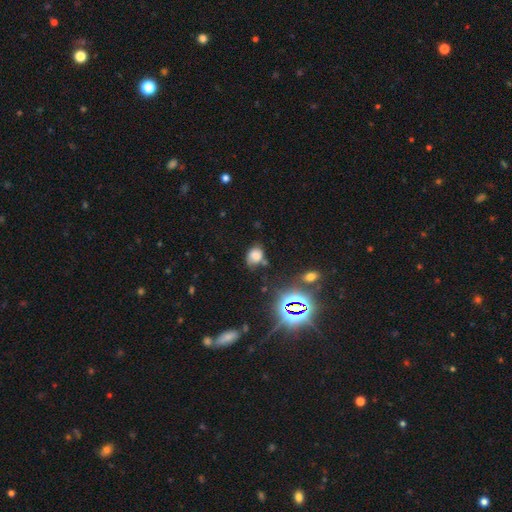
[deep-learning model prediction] Morphology: type=smooth (66%); roundness=in between (63%); merging=none (51%).